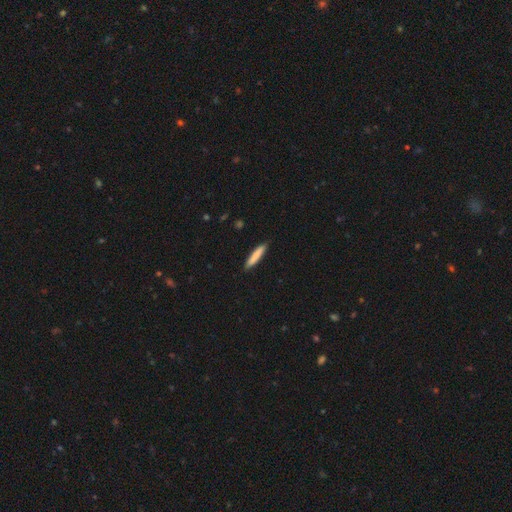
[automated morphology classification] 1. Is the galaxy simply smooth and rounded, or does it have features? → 83% smooth, 12% featured or disk, 6% star or artifact.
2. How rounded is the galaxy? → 90% cigar-shaped, 9% in between, 1% round.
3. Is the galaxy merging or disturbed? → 90% none, 8% minor disturbance, 1% major disturbance, 1% merger.